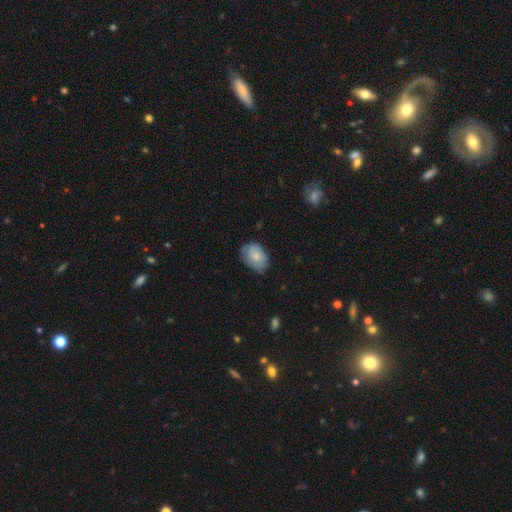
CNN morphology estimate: smooth 79%, featured or disk 15%, star or artifact 7%. Down the decision tree: how rounded — in between (79%); merging — none (68%).